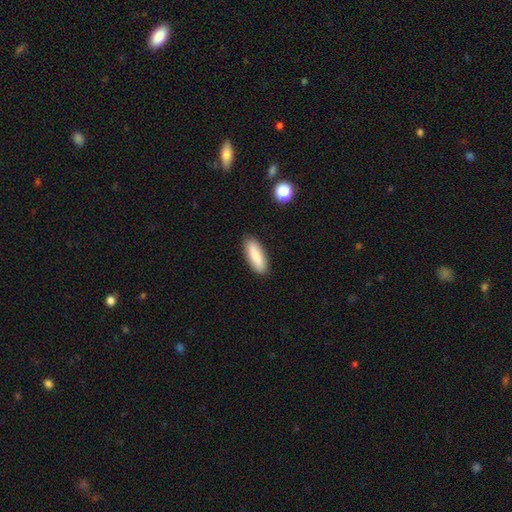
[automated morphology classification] Smooth or featured? smooth (81%)
How rounded? in between (63%)
Merging? none (88%)